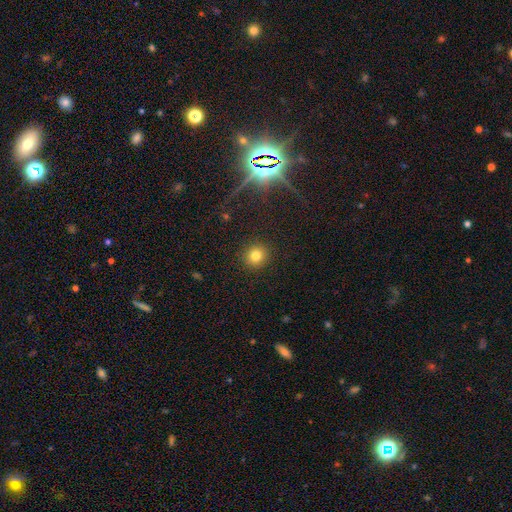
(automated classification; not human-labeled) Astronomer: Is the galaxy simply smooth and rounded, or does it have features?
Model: smooth — 79%.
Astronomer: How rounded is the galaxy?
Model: round — 90%.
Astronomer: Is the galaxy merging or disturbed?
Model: none — 91%.